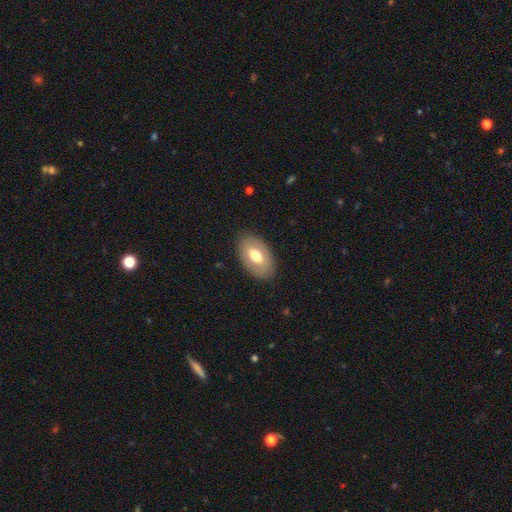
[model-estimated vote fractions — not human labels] Smooth or featured? smooth (61%)
How rounded? in between (92%)
Merging? none (85%)